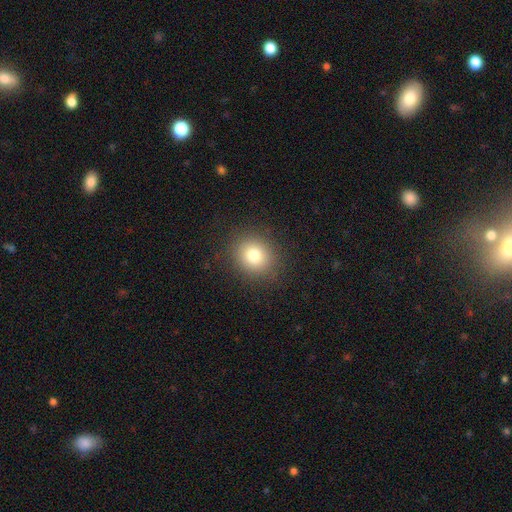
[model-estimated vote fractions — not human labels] This is likely a smooth galaxy (79%). How rounded: clearly round (81%). Merging: clearly none (91%).